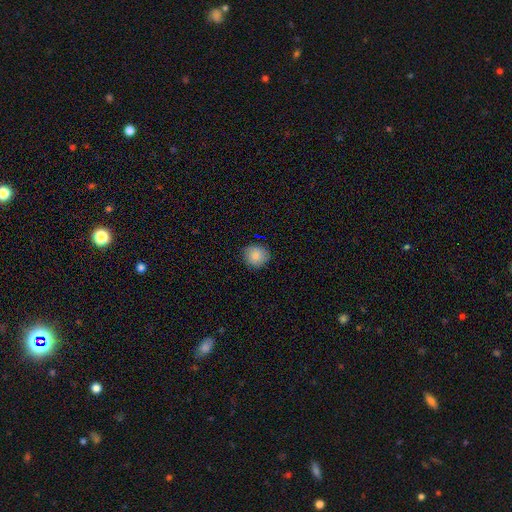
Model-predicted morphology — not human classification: Smooth or featured? smooth (86%)
How rounded? round (88%)
Merging? none (85%)